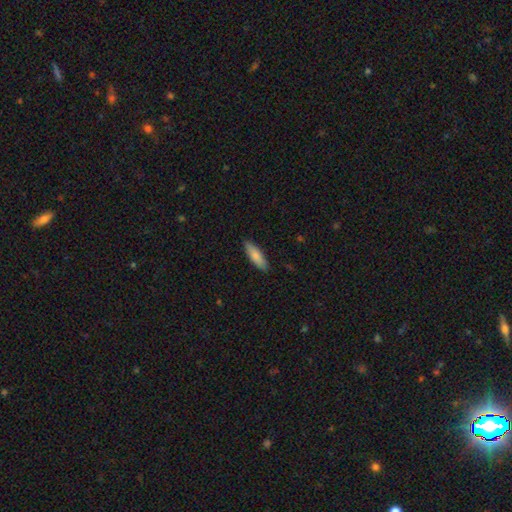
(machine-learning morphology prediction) Smooth or featured?
  - smooth: 83% *
  - featured or disk: 12%
  - star or artifact: 5%
How rounded?
  - cigar-shaped: 57% *
  - in between: 42%
  - round: 2%
Merging?
  - none: 88% *
  - minor disturbance: 9%
  - major disturbance: 2%
  - merger: 1%